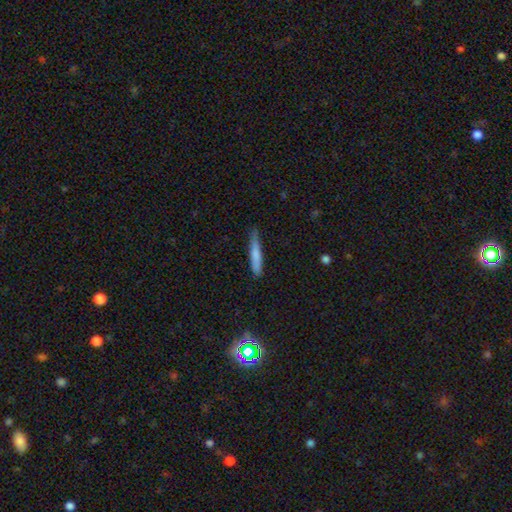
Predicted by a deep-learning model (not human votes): smooth_or_featured: smooth (p=0.74) [alt: featured or disk p=0.19]
how_rounded: cigar-shaped (p=0.92) [alt: in between p=0.06]
merging: none (p=0.74) [alt: minor disturbance p=0.21]